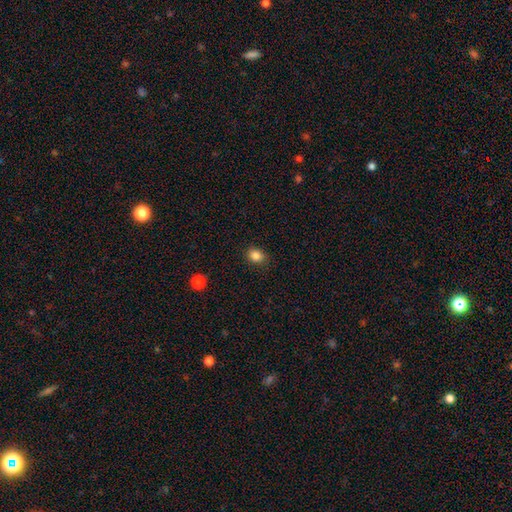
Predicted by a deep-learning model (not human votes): A smooth galaxy with no disk features (85%) that is round (58%).

Vote fractions:
- Smooth or featured? smooth: 85% / star or artifact: 11% / featured or disk: 4%
- How rounded? round: 58% / in between: 41% / cigar-shaped: 1%
- Merging? none: 85% / minor disturbance: 11% / major disturbance: 2% / merger: 1%